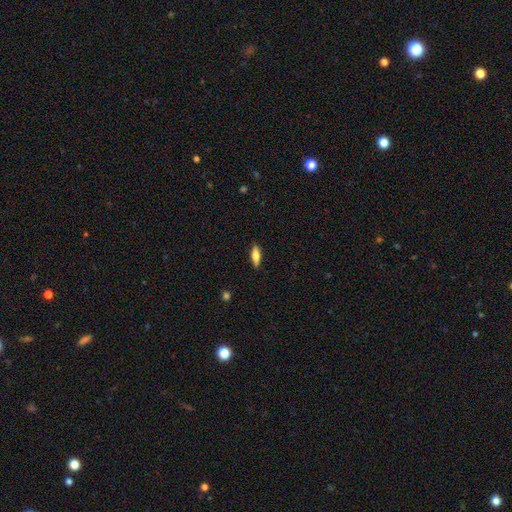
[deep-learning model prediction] smooth 70%, featured or disk 23%, star or artifact 7%. Down the decision tree: how rounded — in between (57%); merging — none (87%).